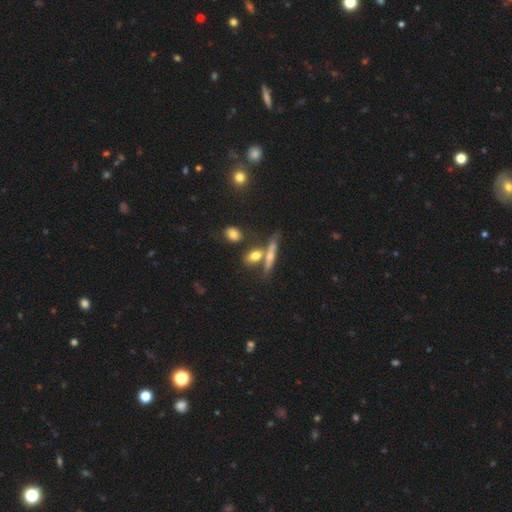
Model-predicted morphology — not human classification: A smooth galaxy with no disk features (55%) that is in between round and cigar-shaped (45%).

Vote fractions:
- Smooth or featured? smooth: 55% / featured or disk: 35% / star or artifact: 10%
- How rounded? in between: 45% / cigar-shaped: 38% / round: 17%
- Merging? none: 53% / merger: 29% / minor disturbance: 13% / major disturbance: 5%